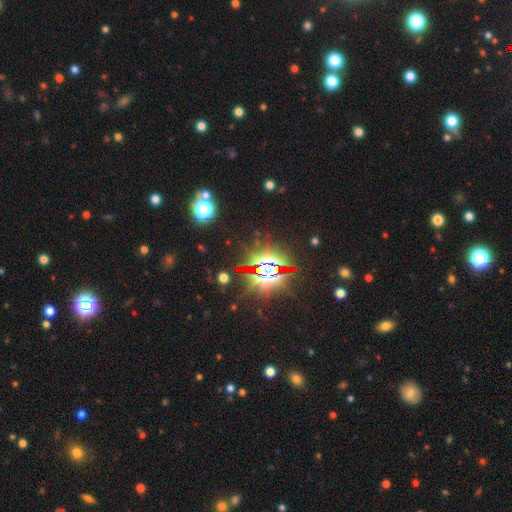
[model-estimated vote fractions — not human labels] A star or artifact, not a galaxy (82%).

Vote fractions:
- Smooth or featured? star or artifact: 82% / smooth: 11% / featured or disk: 7%